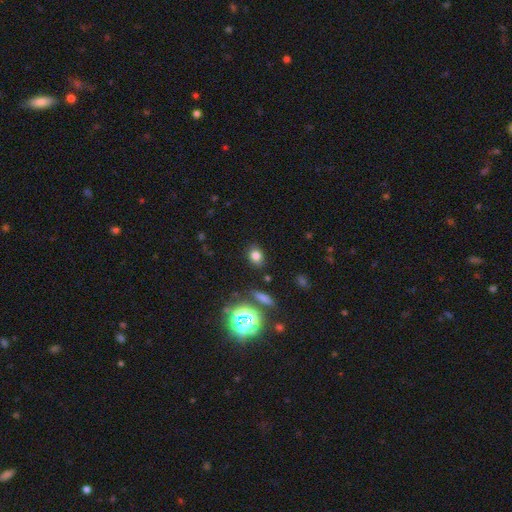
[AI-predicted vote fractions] smooth_or_featured: smooth (p=0.75) [alt: star or artifact p=0.17]
how_rounded: round (p=0.52) [alt: in between p=0.46]
merging: none (p=0.86) [alt: minor disturbance p=0.09]